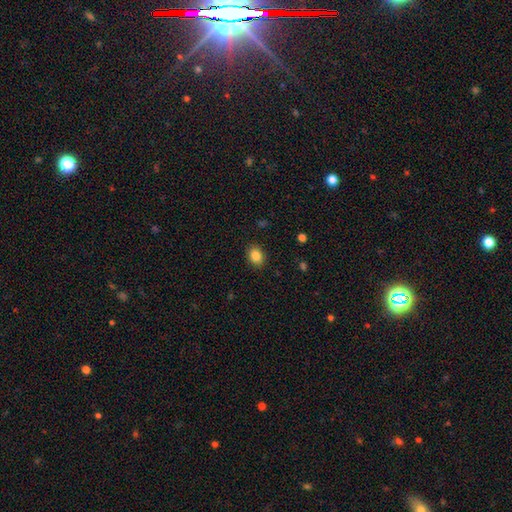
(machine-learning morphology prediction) type=smooth (85%); roundness=in between (56%); merging=none (89%).